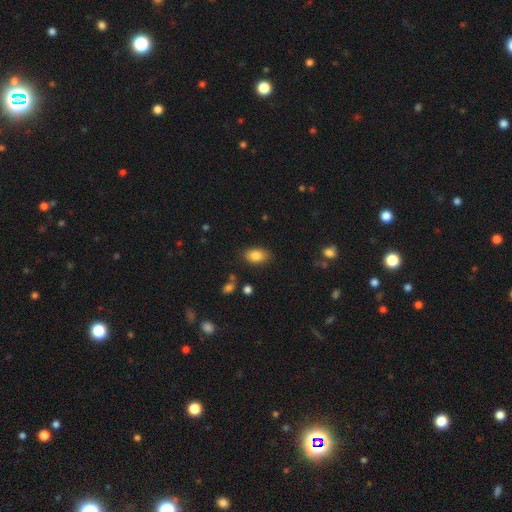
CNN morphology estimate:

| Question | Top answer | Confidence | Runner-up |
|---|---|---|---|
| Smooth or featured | smooth | 84% | star or artifact (9%) |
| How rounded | in between | 89% | round (10%) |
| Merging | none | 84% | minor disturbance (12%) |